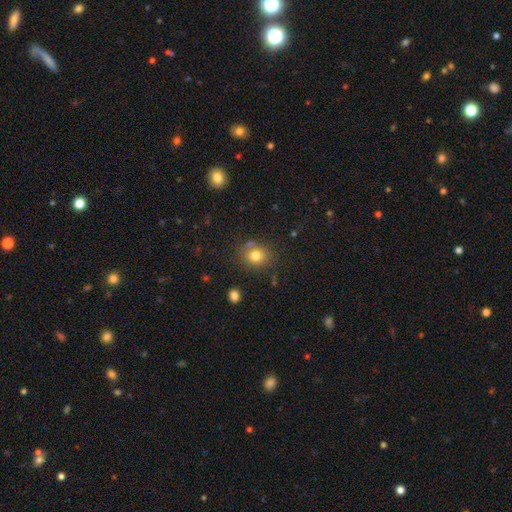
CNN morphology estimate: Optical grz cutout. It shows a smooth galaxy with no disk features (78%) that is round (71%). Merging: none (76%).